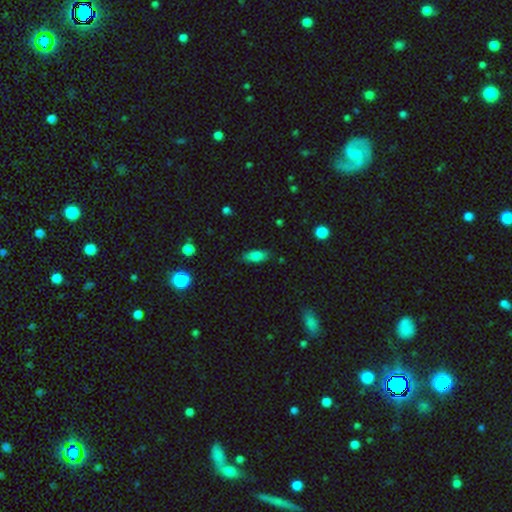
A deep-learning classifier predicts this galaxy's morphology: Smooth or featured?
  - smooth: 80% *
  - featured or disk: 12%
  - star or artifact: 8%
How rounded?
  - in between: 78% *
  - cigar-shaped: 19%
  - round: 3%
Merging?
  - none: 82% *
  - minor disturbance: 14%
  - major disturbance: 3%
  - merger: 1%